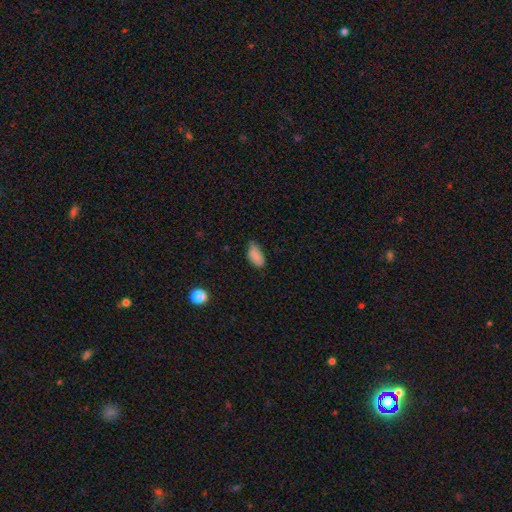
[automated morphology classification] smooth_or_featured: smooth (p=0.85) [alt: star or artifact p=0.09]
how_rounded: in between (p=0.91) [alt: cigar-shaped p=0.06]
merging: none (p=0.49) [alt: minor disturbance p=0.41]